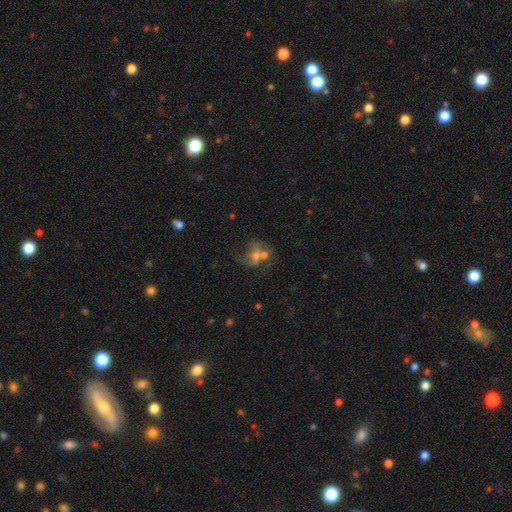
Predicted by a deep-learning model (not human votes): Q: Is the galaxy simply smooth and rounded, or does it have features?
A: featured or disk — 57%.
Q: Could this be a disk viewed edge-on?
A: no — 97%.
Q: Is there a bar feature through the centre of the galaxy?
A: no — 68%.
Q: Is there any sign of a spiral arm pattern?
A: yes — 71%.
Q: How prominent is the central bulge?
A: moderate — 49%.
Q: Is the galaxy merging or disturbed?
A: merger — 36%.